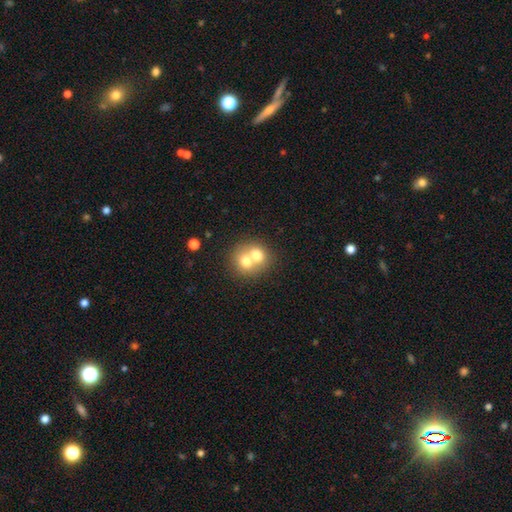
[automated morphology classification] Overall: smooth (69%). How rounded: round (76%). Merging: merger (67%).